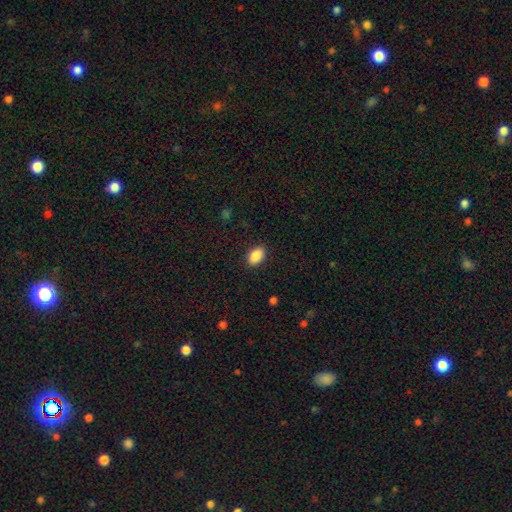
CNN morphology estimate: smooth 89%, star or artifact 7%, featured or disk 3%. Down the decision tree: how rounded — in between (90%); merging — none (89%).